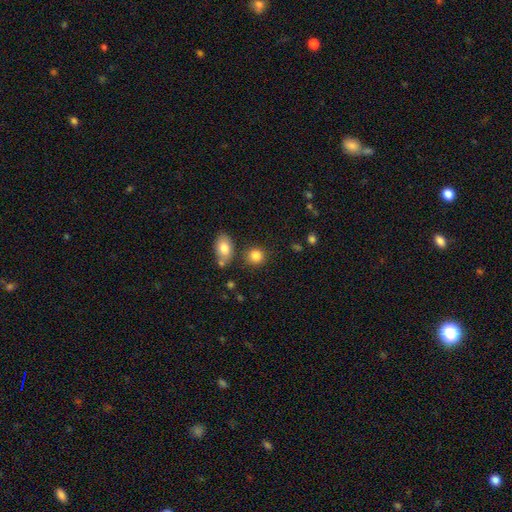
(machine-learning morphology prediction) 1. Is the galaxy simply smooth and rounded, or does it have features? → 85% smooth, 9% star or artifact, 6% featured or disk.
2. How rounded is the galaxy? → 80% round, 19% in between, 1% cigar-shaped.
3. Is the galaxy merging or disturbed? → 78% none, 10% minor disturbance, 9% merger, 3% major disturbance.